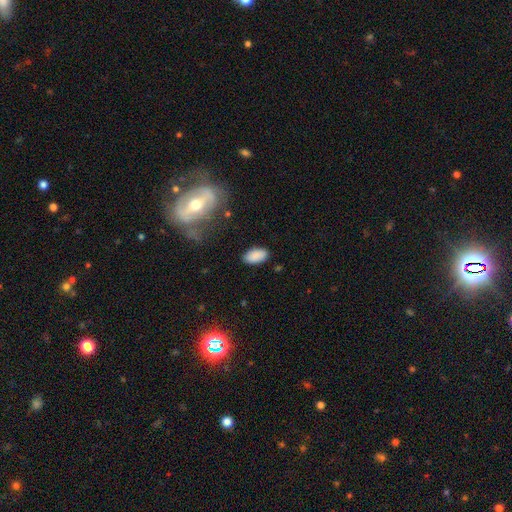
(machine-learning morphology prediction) Smooth or featured?
  - smooth: 87% *
  - star or artifact: 8%
  - featured or disk: 5%
How rounded?
  - in between: 94% *
  - round: 3%
  - cigar-shaped: 3%
Merging?
  - none: 84% *
  - minor disturbance: 12%
  - major disturbance: 3%
  - merger: 2%